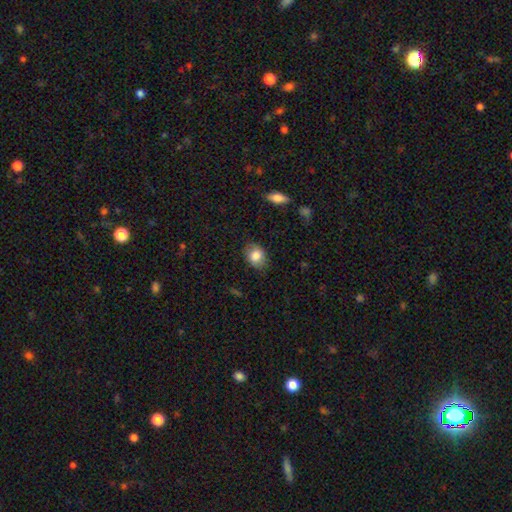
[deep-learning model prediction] smooth-or-featured: smooth: 82% | featured or disk: 10% | star or artifact: 8%
  how-rounded: in between: 67% | round: 32% | cigar-shaped: 1%
  merging: none: 81% | minor disturbance: 15% | major disturbance: 3% | merger: 1%